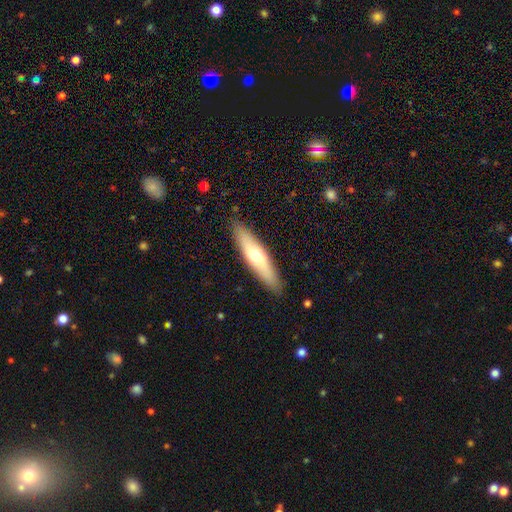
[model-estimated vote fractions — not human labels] smooth 55%, featured or disk 40%, star or artifact 5%. Down the decision tree: how rounded — cigar-shaped (75%); merging — none (88%).